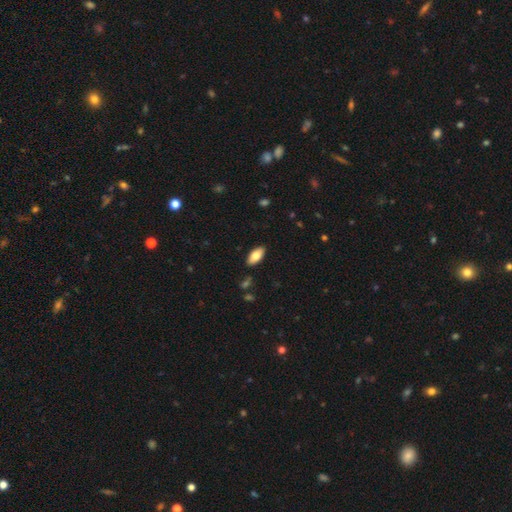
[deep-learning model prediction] Smooth or featured? smooth (77%)
How rounded? in between (90%)
Merging? none (88%)